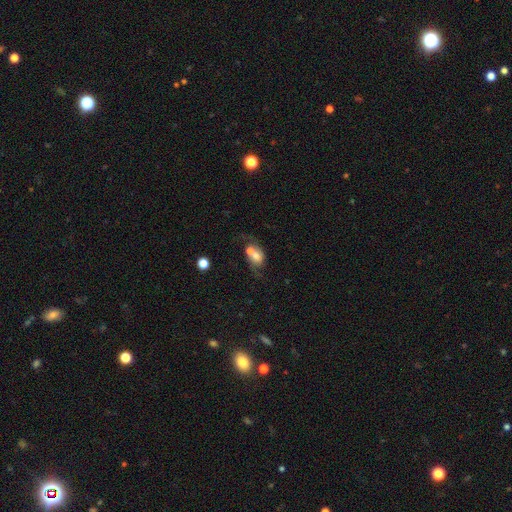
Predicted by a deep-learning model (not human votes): The model was most divided on "smooth or featured": smooth: 49%, featured or disk: 40%, star or artifact: 11%. More confident: merging — merger (55%).